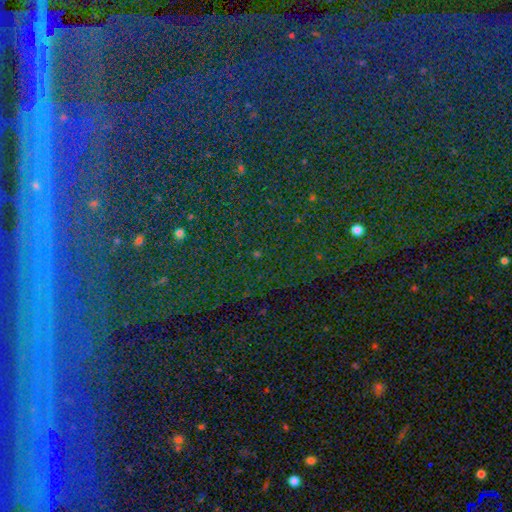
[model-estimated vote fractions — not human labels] This is clearly a star or artifact rather than a galaxy (80%).